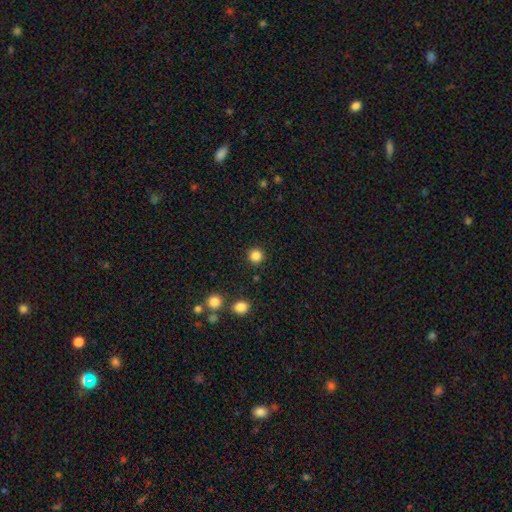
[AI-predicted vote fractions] smooth 85%, star or artifact 12%, featured or disk 3%. Down the decision tree: how rounded — round (94%); merging — none (91%).